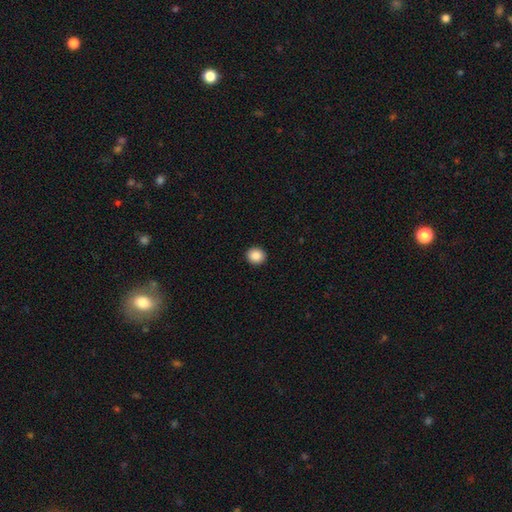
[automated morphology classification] Smooth or featured? Predicted: smooth (p=0.88). How rounded? Predicted: round (p=0.85). Merging? Predicted: none (p=0.93).